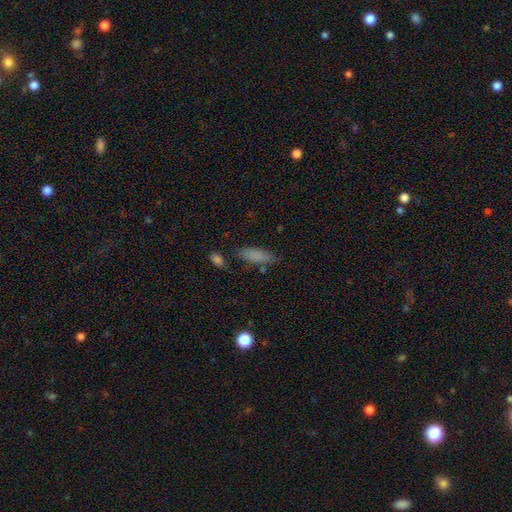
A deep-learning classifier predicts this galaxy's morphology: smooth 82%, star or artifact 9%, featured or disk 9%. Down the decision tree: how rounded — in between (64%); merging — none (70%).